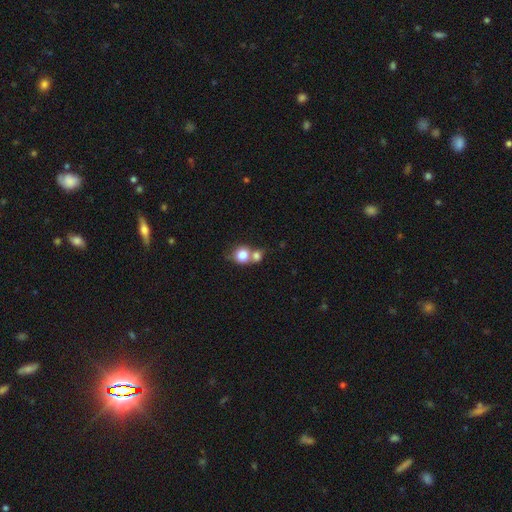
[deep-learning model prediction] This appears to be a smooth galaxy with no disk features (79%) that is round (78%). Merging: merger (55%).